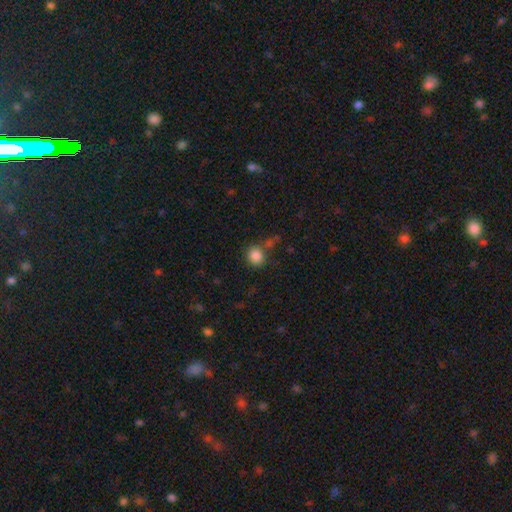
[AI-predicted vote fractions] Smooth or featured? smooth (85%)
How rounded? round (80%)
Merging? none (71%)